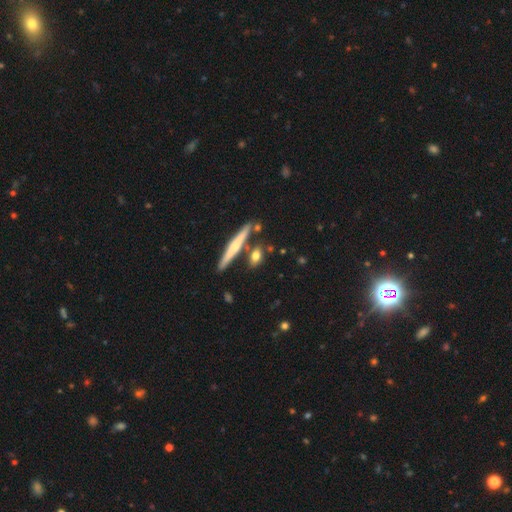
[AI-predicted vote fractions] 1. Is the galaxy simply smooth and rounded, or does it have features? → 66% smooth, 26% featured or disk, 8% star or artifact.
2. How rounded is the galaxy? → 48% cigar-shaped, 32% in between, 21% round.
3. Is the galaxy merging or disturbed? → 72% none, 14% merger, 11% minor disturbance, 3% major disturbance.